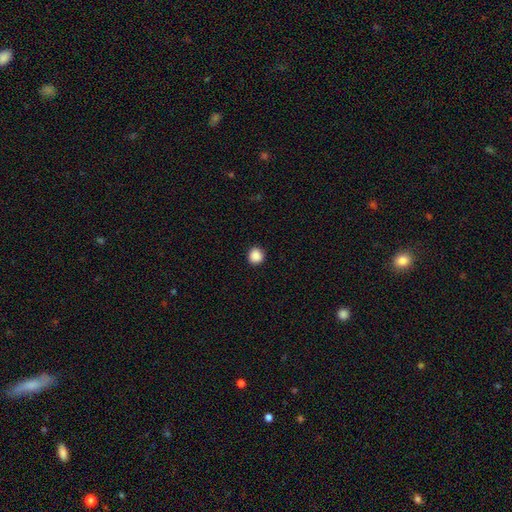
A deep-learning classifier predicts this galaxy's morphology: This appears to be a smooth galaxy with no disk features (88%) that is round (90%). Merging: none (91%).